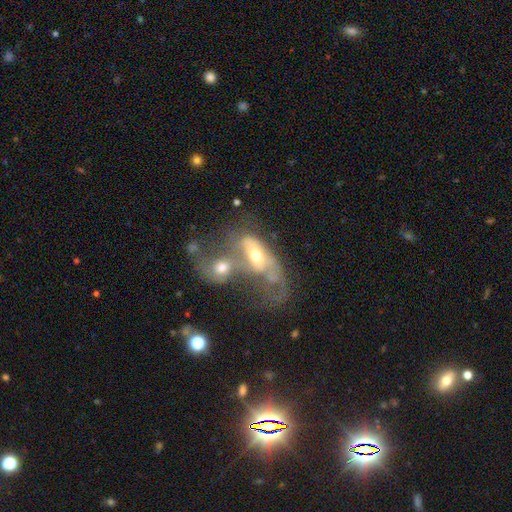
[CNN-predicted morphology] The model was most divided on "smooth or featured": featured or disk: 56%, smooth: 35%, star or artifact: 9%. More confident: edge-on disk — no (88%); merging — merger (71%).